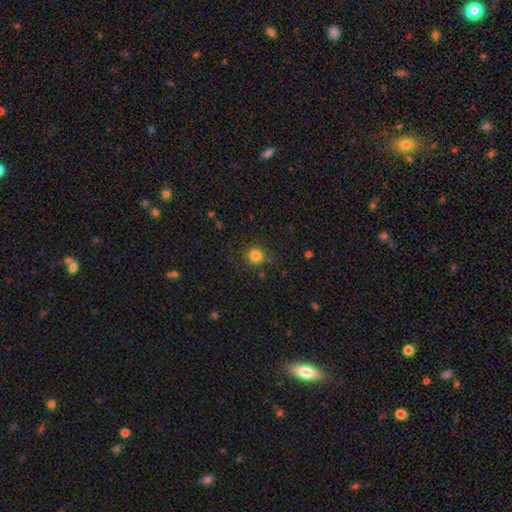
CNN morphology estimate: Smooth or featured?
  - smooth: 82% *
  - star or artifact: 13%
  - featured or disk: 5%
How rounded?
  - round: 93% *
  - in between: 6%
  - cigar-shaped: 1%
Merging?
  - none: 86% *
  - minor disturbance: 9%
  - major disturbance: 3%
  - merger: 2%